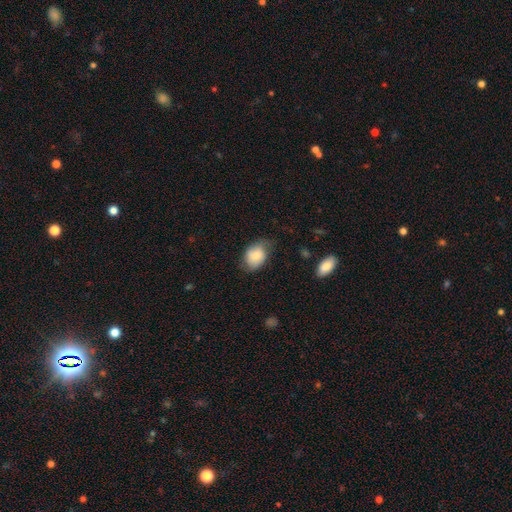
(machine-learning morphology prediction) A smooth galaxy with no disk features (74%) that is in between round and cigar-shaped (72%).

Vote fractions:
- Smooth or featured? smooth: 74% / featured or disk: 19% / star or artifact: 7%
- How rounded? in between: 72% / round: 27% / cigar-shaped: 1%
- Merging? none: 55% / minor disturbance: 33% / major disturbance: 10% / merger: 2%